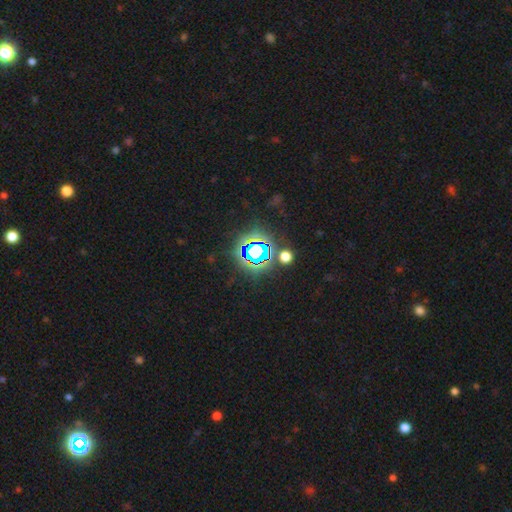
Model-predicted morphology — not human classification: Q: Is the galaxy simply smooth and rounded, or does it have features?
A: star or artifact — 78%.